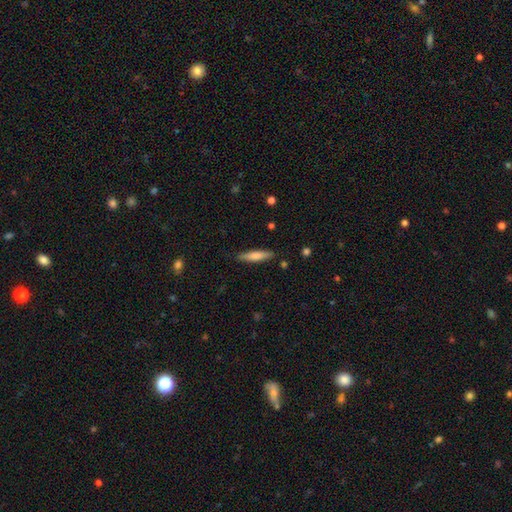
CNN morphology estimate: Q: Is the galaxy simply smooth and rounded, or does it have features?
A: smooth — 71%.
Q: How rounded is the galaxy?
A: cigar-shaped — 82%.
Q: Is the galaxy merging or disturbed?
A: none — 87%.